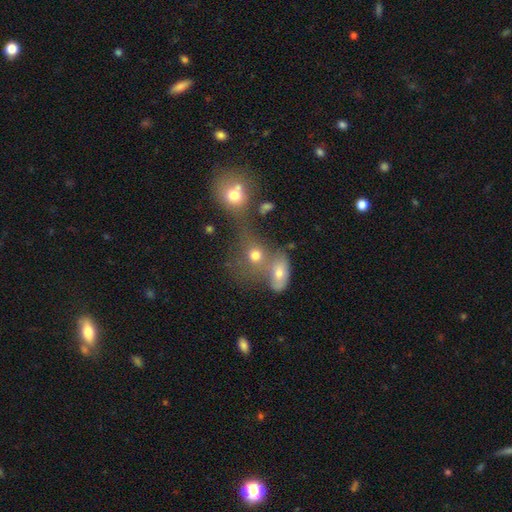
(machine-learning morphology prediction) Smooth or featured?
  - smooth: 66% *
  - star or artifact: 18%
  - featured or disk: 16%
How rounded?
  - round: 68% *
  - in between: 30%
  - cigar-shaped: 2%
Merging?
  - merger: 52% *
  - none: 31%
  - minor disturbance: 9%
  - major disturbance: 8%